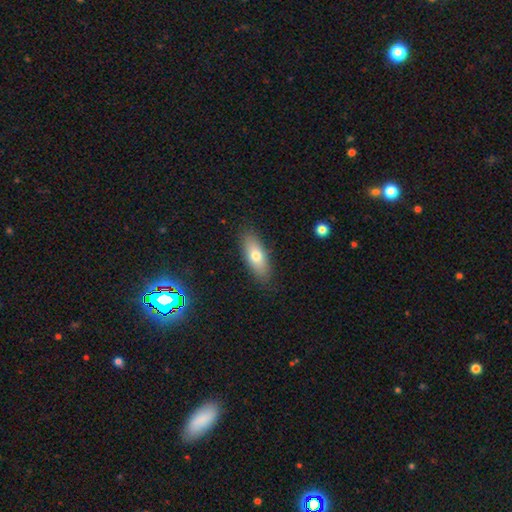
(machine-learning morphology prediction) Smooth or featured? Predicted: smooth (p=0.73). How rounded? Predicted: in between (p=0.75). Merging? Predicted: none (p=0.86).